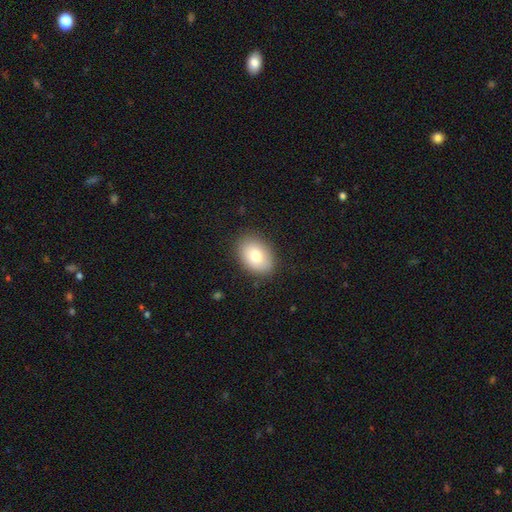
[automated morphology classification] Smooth or featured?
  - smooth: 79% *
  - featured or disk: 14%
  - star or artifact: 8%
How rounded?
  - in between: 81% *
  - round: 18%
  - cigar-shaped: 1%
Merging?
  - none: 85% *
  - minor disturbance: 11%
  - major disturbance: 3%
  - merger: 1%